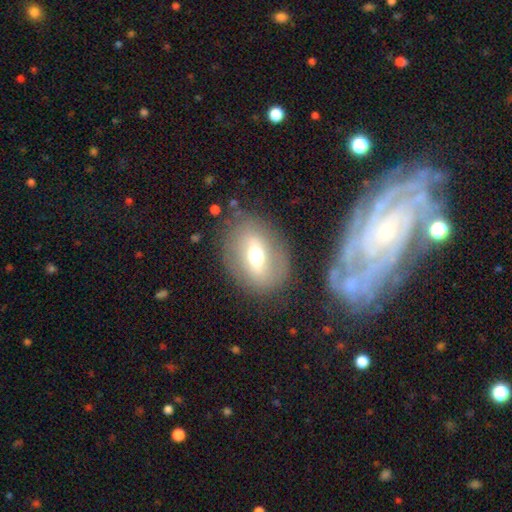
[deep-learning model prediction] smooth-or-featured: featured or disk: 46% | smooth: 45% | star or artifact: 8%
  merging: none: 75% | minor disturbance: 14% | major disturbance: 7% | merger: 5%